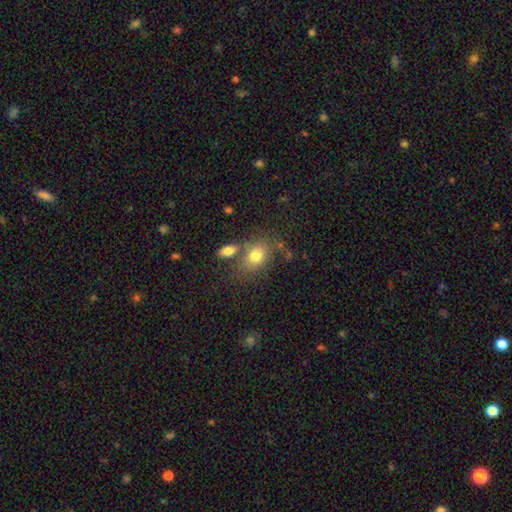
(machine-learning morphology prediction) Smooth or featured? Predicted: smooth (p=0.77). How rounded? Predicted: in between (p=0.70). Merging? Predicted: none (p=0.59).